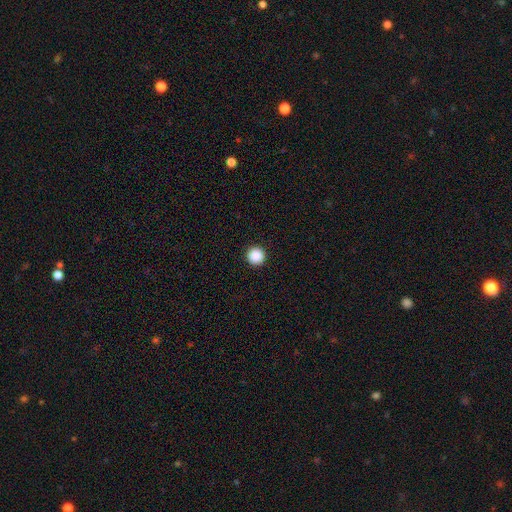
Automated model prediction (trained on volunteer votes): The model was most divided on "smooth or featured": smooth: 89%, star or artifact: 9%, featured or disk: 2%. More confident: how rounded — round (97%); merging — none (94%).